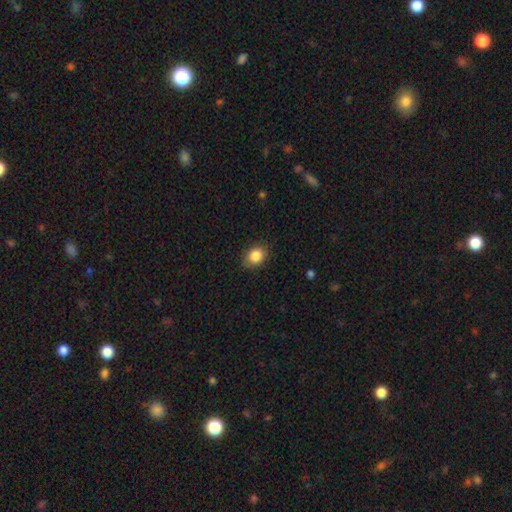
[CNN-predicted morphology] The model was most divided on "how rounded": in between: 51%, round: 48%, cigar-shaped: 1%. More confident: smooth or featured — smooth (86%); merging — none (83%).